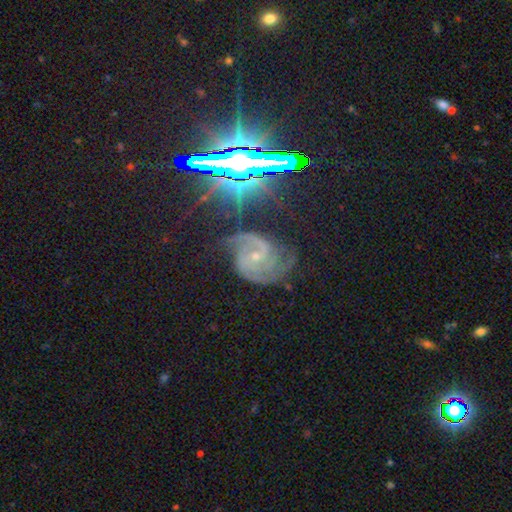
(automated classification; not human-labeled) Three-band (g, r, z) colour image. It shows a featured or disk galaxy (79%) with no bar (51%), 2 (36%) medium (46%) spiral arms (97%) and a small central bulge (72%). Merging: none (61%).